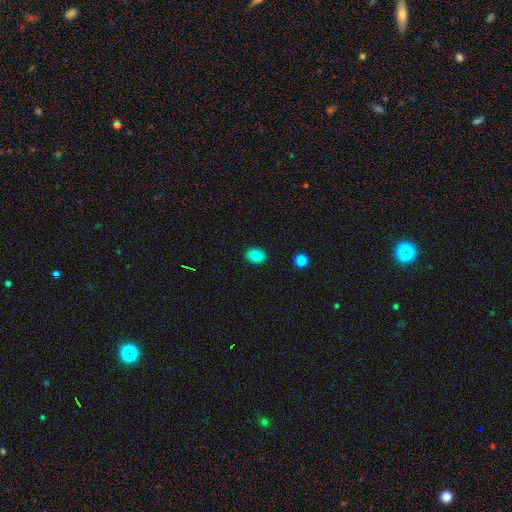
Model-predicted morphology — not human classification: A smooth galaxy with no disk features (85%) that is in between round and cigar-shaped (55%).

Vote fractions:
- Smooth or featured? smooth: 85% / star or artifact: 9% / featured or disk: 5%
- How rounded? in between: 55% / round: 44% / cigar-shaped: 1%
- Merging? none: 87% / minor disturbance: 10% / major disturbance: 2% / merger: 1%